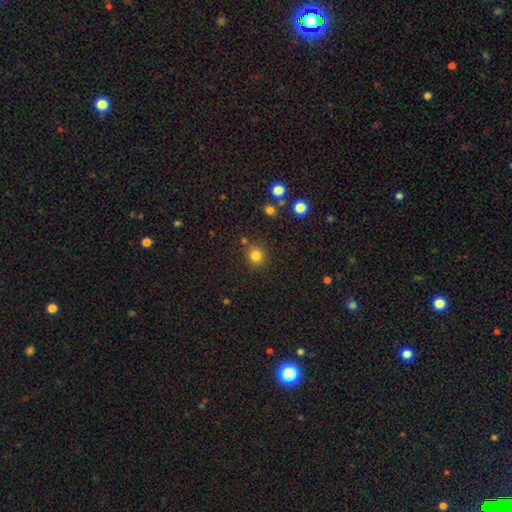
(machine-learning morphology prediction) A smooth galaxy with no disk features (81%) that is round (87%).

Vote fractions:
- Smooth or featured? smooth: 81% / star or artifact: 13% / featured or disk: 6%
- How rounded? round: 87% / in between: 12% / cigar-shaped: 1%
- Merging? none: 84% / minor disturbance: 9% / merger: 5% / major disturbance: 3%